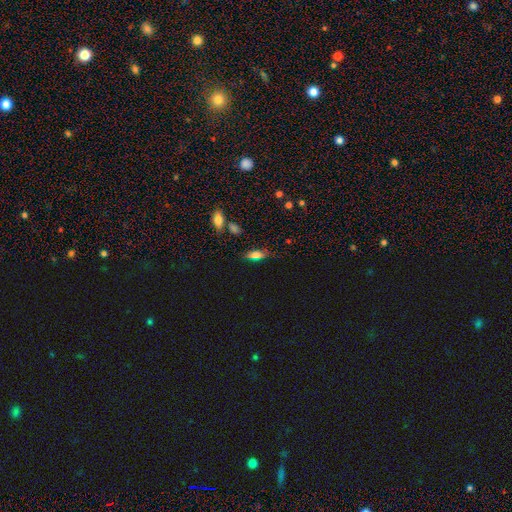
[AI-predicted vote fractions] The model was most divided on "how rounded": in between: 69%, cigar-shaped: 27%, round: 4%. More confident: merging — none (75%); smooth or featured — smooth (66%).